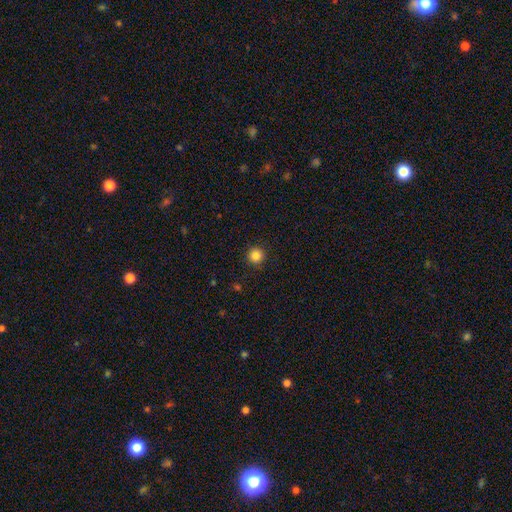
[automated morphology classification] The model was most divided on "smooth or featured": smooth: 85%, star or artifact: 11%, featured or disk: 4%. More confident: how rounded — round (95%); merging — none (91%).